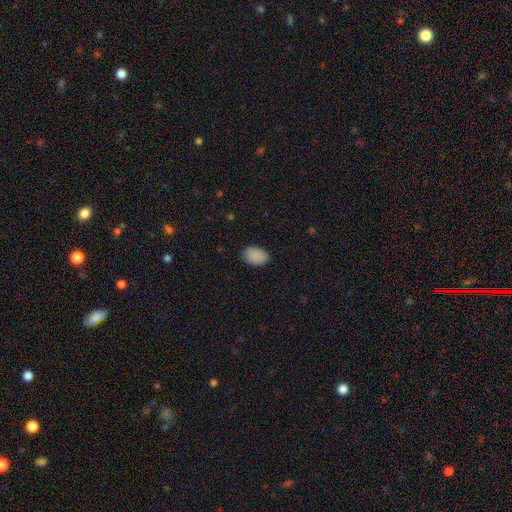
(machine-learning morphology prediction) Smooth or featured: smooth — 90% (star or artifact — 7%)
How rounded: in between — 86% (round — 13%)
Merging: none — 86% (minor disturbance — 11%)